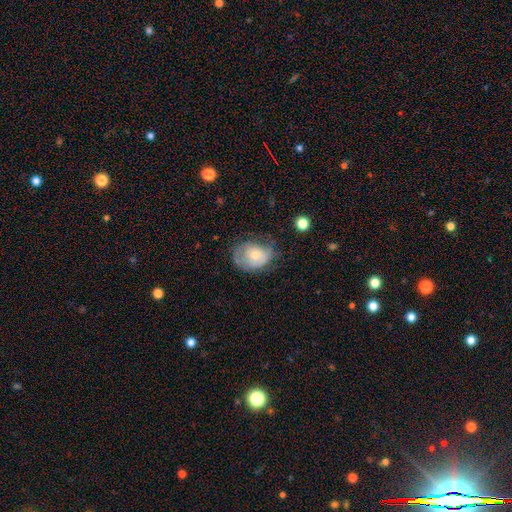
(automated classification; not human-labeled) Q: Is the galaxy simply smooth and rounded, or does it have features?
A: smooth — 58%.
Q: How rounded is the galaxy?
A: in between — 55%.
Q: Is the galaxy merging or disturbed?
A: none — 45%.